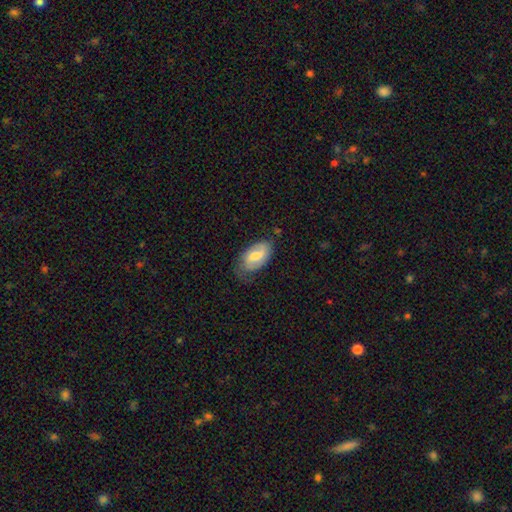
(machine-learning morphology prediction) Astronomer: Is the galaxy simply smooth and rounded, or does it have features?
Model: featured or disk — 50% (runner-up: smooth, 44%).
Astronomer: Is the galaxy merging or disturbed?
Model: none — 56% (runner-up: minor disturbance, 31%).